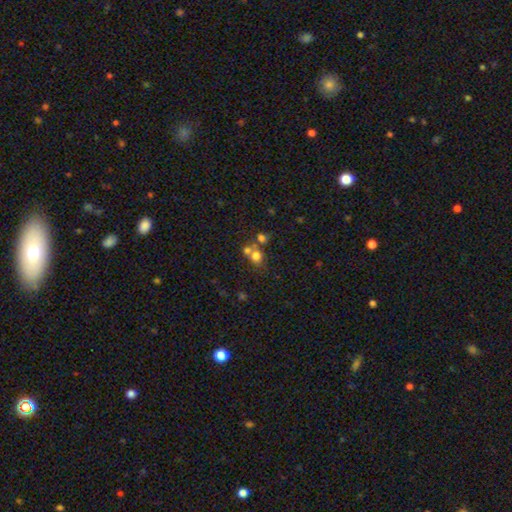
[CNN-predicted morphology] Smooth or featured?
  - smooth: 70% *
  - star or artifact: 16%
  - featured or disk: 15%
How rounded?
  - round: 71% *
  - in between: 28%
  - cigar-shaped: 1%
Merging?
  - none: 43% *
  - merger: 42%
  - minor disturbance: 9%
  - major disturbance: 5%